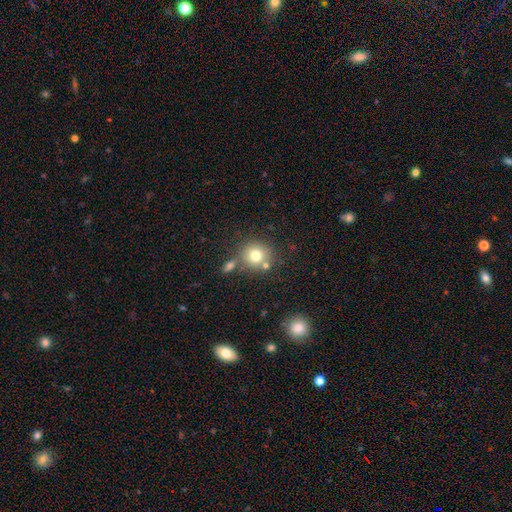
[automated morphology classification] This is likely a smooth galaxy (75%). How rounded: clearly round (89%). Merging: likely none (67%).